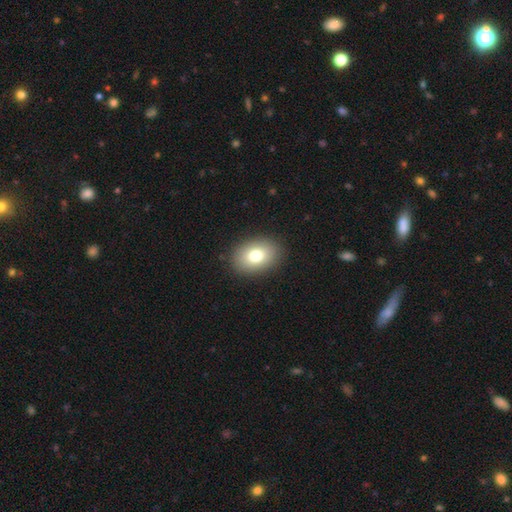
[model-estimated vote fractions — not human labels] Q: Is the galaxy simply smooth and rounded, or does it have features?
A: smooth — 78%.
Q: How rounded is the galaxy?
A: in between — 77%.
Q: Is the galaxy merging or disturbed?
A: none — 89%.